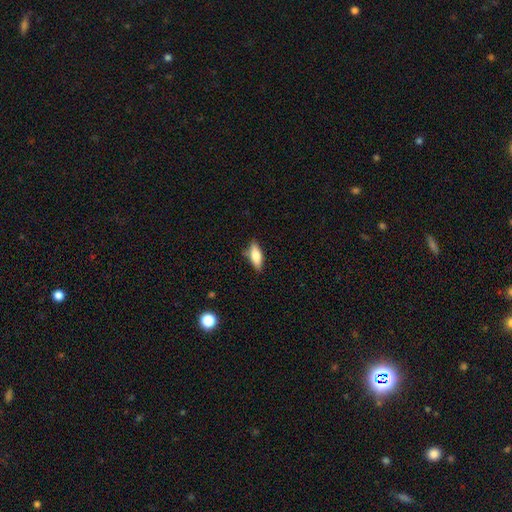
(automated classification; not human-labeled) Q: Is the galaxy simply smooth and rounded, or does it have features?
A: smooth — 74%.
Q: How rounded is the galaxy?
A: in between — 71%.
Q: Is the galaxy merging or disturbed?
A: none — 77%.